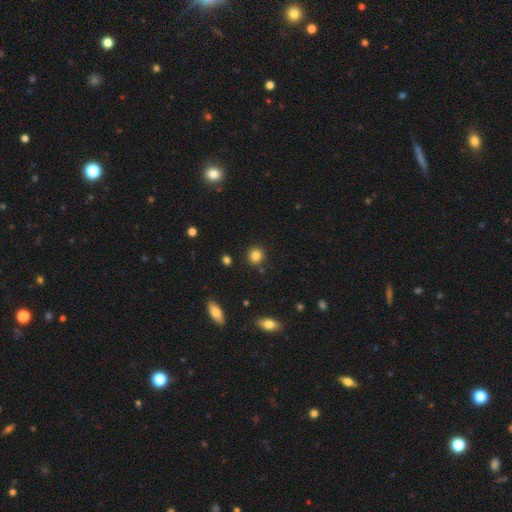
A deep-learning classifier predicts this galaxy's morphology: This is clearly a smooth galaxy (84%). How rounded: clearly round (88%). Merging: clearly none (88%).